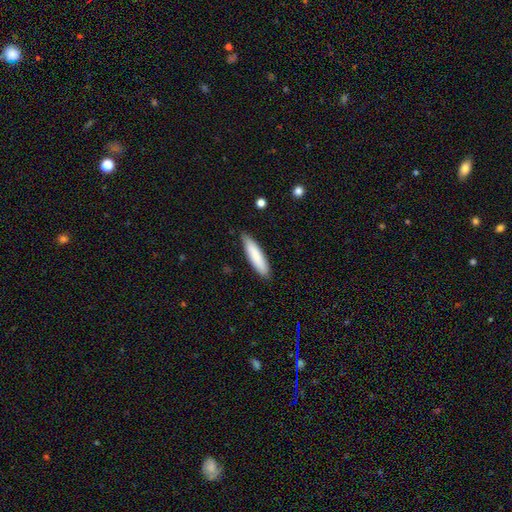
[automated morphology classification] Smooth or featured: smooth — 84% (featured or disk — 11%)
How rounded: cigar-shaped — 74% (in between — 25%)
Merging: none — 85% (minor disturbance — 12%)